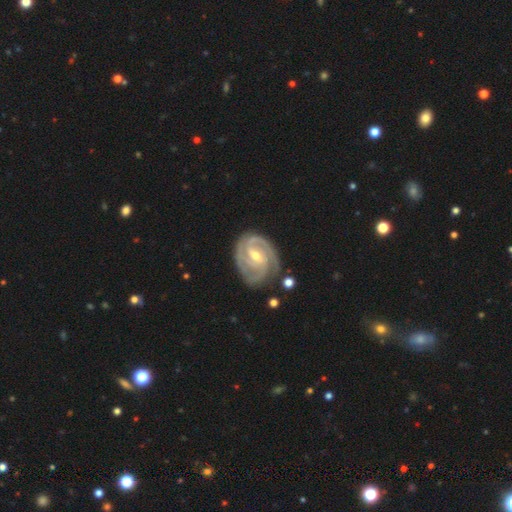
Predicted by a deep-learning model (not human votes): The model was most divided on "bulge size": small: 49%, moderate: 48%, large: 1%, none: 1%, dominant: 1%. Remaining: spiral arms — yes (98%); edge-on disk — no (98%); smooth or featured — featured or disk (91%); merging — none (73%); spiral winding — tight (67%); bar — weak (51%); spiral arm count — 3 (39%).